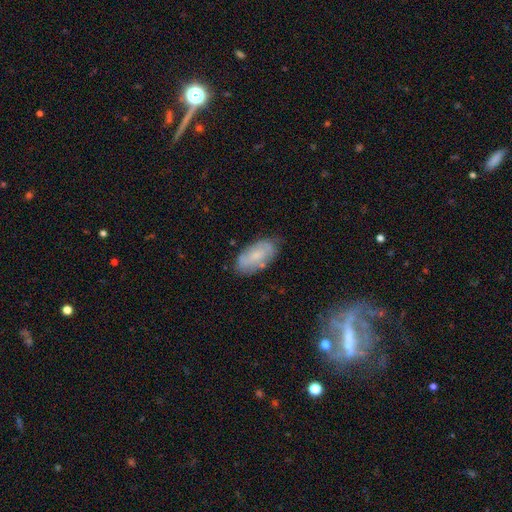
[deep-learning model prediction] The model was most divided on "smooth or featured": smooth: 54%, featured or disk: 38%, star or artifact: 8%. More confident: how rounded — in between (91%); merging — none (74%).